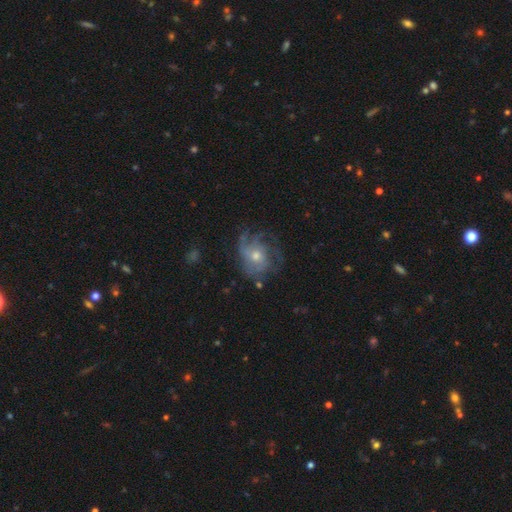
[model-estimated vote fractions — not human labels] Smooth or featured: featured or disk — 73% (smooth — 18%)
Edge-on disk: no — 97% (yes — 3%)
Bar: no — 79% (weak — 19%)
Spiral arms: yes — 86% (no — 14%)
Spiral winding: medium — 40% (tight — 37%)
Spiral arm count: can't tell — 34% (3 — 23%)
Bulge size: moderate — 56% (small — 38%)
Merging: none — 59% (minor disturbance — 22%)